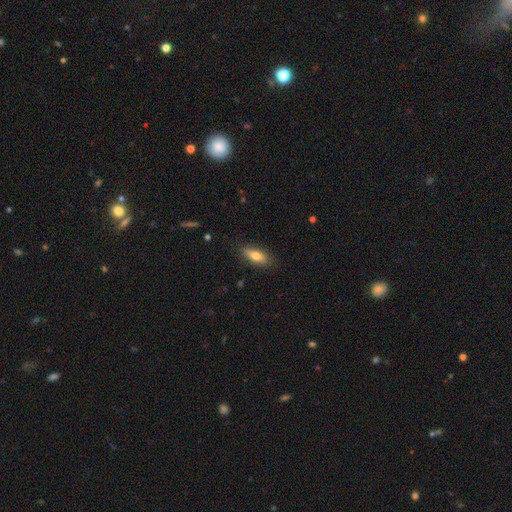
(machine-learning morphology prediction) This appears to be a smooth galaxy with no disk features (75%) that is in between round and cigar-shaped (66%). Merging: none (85%).